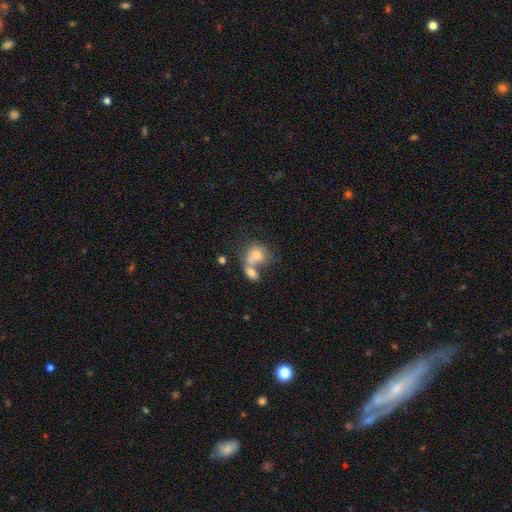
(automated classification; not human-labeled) Overall: smooth (69%). How rounded: round (57%; in between 42%). Merging: merger (67%).